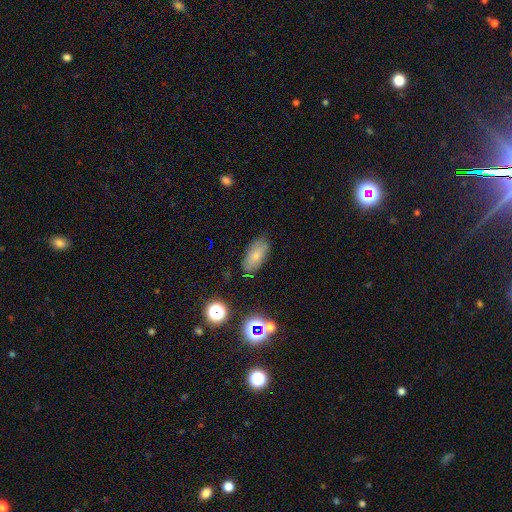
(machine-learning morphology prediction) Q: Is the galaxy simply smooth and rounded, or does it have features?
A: smooth — 71%.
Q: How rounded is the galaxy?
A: in between — 87%.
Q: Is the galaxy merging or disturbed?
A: none — 78%.